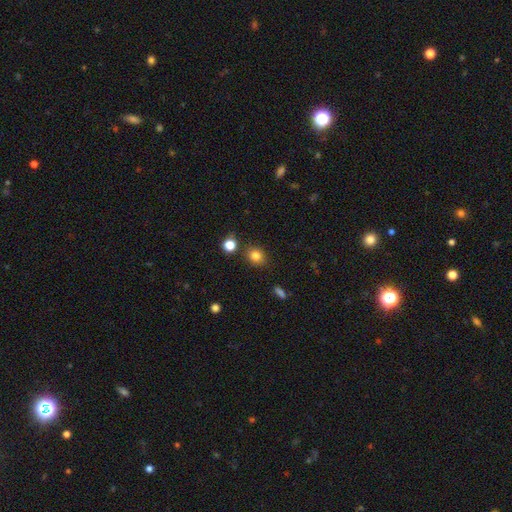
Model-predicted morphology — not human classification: This is clearly a smooth galaxy (81%). How rounded: likely round (72%). Merging: clearly none (83%).